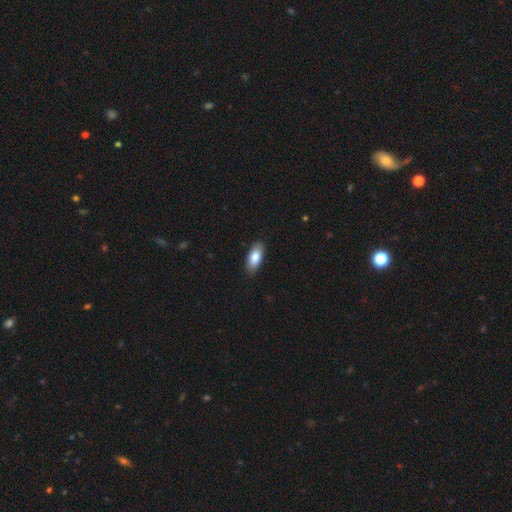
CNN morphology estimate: smooth-or-featured: smooth: 84% | featured or disk: 10% | star or artifact: 6%
  how-rounded: in between: 88% | cigar-shaped: 10% | round: 2%
  merging: none: 87% | minor disturbance: 10% | major disturbance: 2% | merger: 1%